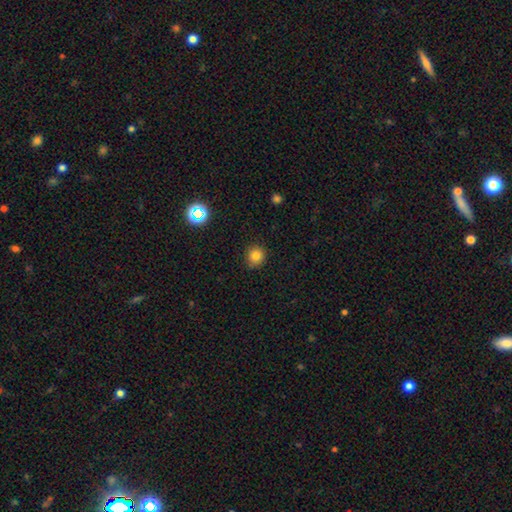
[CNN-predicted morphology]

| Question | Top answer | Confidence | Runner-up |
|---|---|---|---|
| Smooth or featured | smooth | 81% | star or artifact (13%) |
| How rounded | round | 88% | in between (11%) |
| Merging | none | 88% | minor disturbance (9%) |